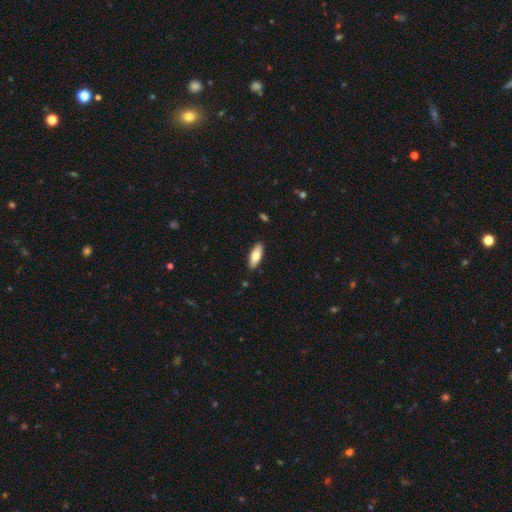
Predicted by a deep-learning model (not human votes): smooth_or_featured: smooth (p=0.71) [alt: featured or disk p=0.23]
how_rounded: in between (p=0.71) [alt: cigar-shaped p=0.27]
merging: none (p=0.89) [alt: minor disturbance p=0.08]